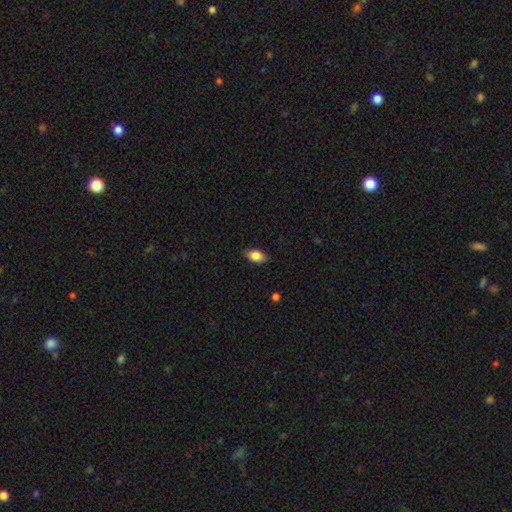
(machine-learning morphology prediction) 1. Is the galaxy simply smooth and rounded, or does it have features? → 84% smooth, 9% featured or disk, 8% star or artifact.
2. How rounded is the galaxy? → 89% in between, 8% round, 3% cigar-shaped.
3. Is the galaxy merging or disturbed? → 84% none, 12% minor disturbance, 2% major disturbance, 1% merger.